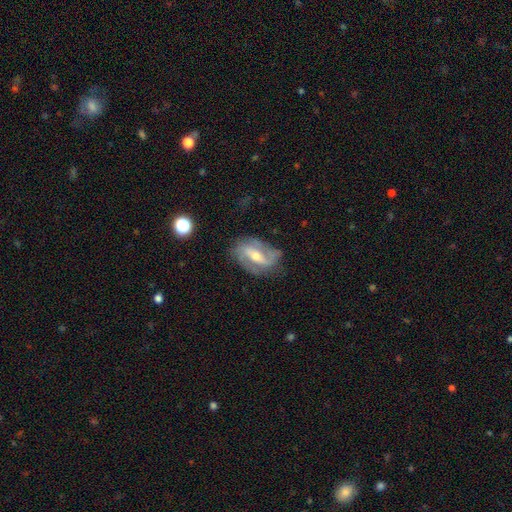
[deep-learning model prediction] smooth-or-featured: featured or disk: 81% | smooth: 12% | star or artifact: 6%
  disk-edge-on: no: 94% | yes: 6%
    bar: strong: 51% | weak: 33% | no: 16%
    has-spiral-arms: yes: 90% | no: 10%
      spiral-winding: medium: 43% | loose: 29% | tight: 28%
      spiral-arm-count: 2: 81% | can't tell: 9% | 3: 4% | 1: 4% | 4: 1% | more than 4: 1%
    bulge-size: moderate: 58% | small: 37% | large: 3% | none: 1% | dominant: 1%
  merging: none: 72% | minor disturbance: 19% | major disturbance: 7% | merger: 2%